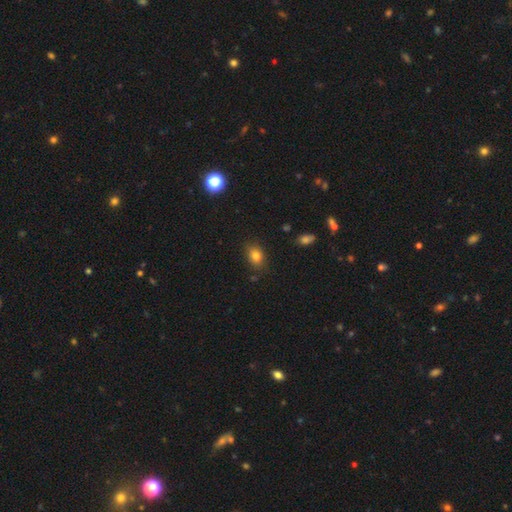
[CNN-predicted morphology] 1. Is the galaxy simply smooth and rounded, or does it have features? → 81% smooth, 11% star or artifact, 8% featured or disk.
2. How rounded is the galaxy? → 74% in between, 24% round, 2% cigar-shaped.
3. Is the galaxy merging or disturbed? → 82% none, 13% minor disturbance, 3% major disturbance, 2% merger.